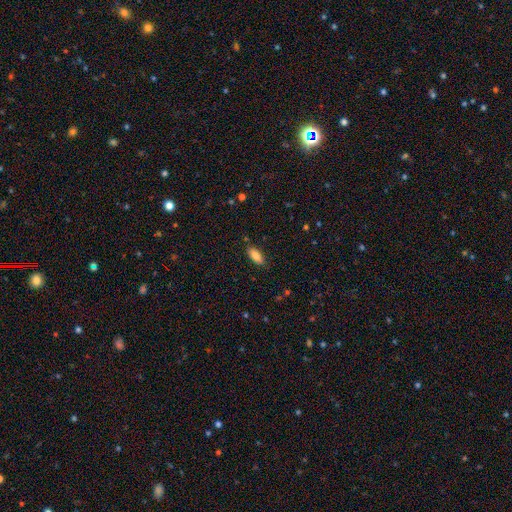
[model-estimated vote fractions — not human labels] Morphology: type=smooth (86%); roundness=in between (87%); merging=none (84%).